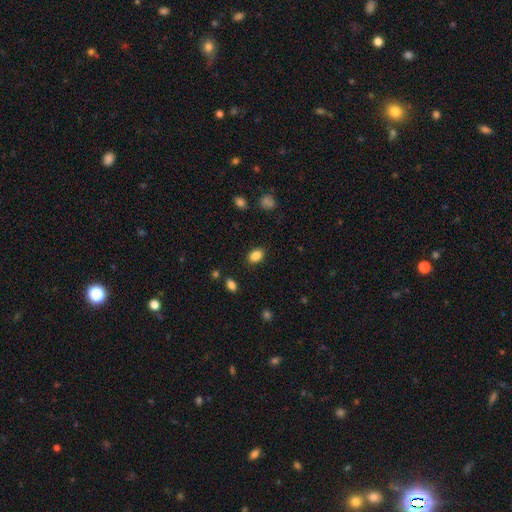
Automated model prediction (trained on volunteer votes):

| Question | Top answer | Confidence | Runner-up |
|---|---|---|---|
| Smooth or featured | smooth | 86% | star or artifact (9%) |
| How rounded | in between | 82% | round (17%) |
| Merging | none | 86% | minor disturbance (10%) |